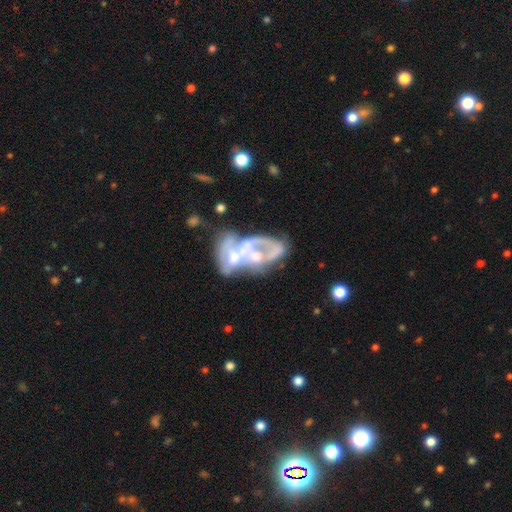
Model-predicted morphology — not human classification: Smooth or featured: featured or disk — 70% (smooth — 19%)
Edge-on disk: no — 97% (yes — 3%)
Bar: no — 84% (weak — 11%)
Spiral arms: no — 80% (yes — 20%)
Bulge size: moderate — 41% (none — 33%)
Merging: merger — 55% (major disturbance — 25%)